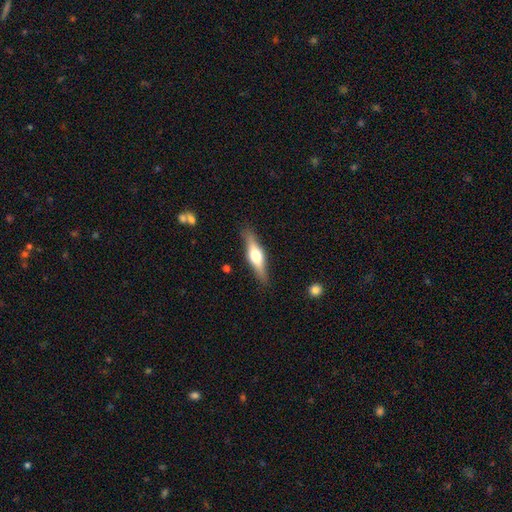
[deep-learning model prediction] Overall: featured or disk (60%; smooth 34%). Edge-on disk: yes (95%). Edge-on bulge: rounded (94%). Merging: none (87%).